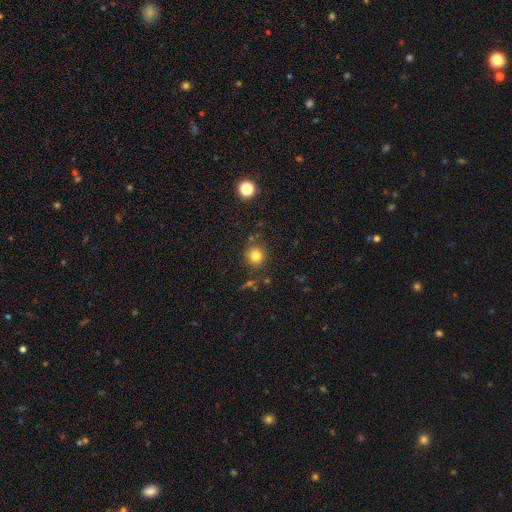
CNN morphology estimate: type=smooth (80%); roundness=round (91%); merging=none (82%).